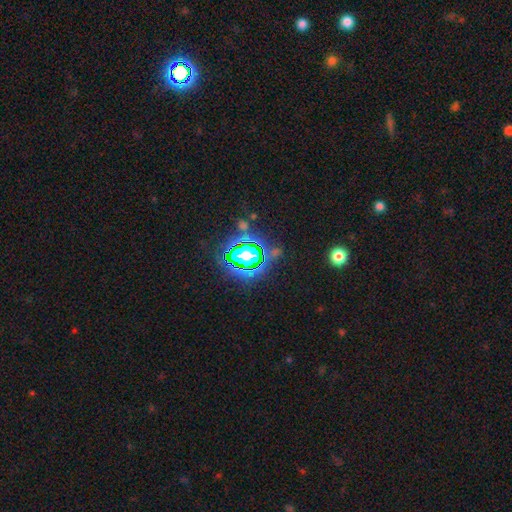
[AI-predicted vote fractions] A star or artifact, not a galaxy (79%).

Vote fractions:
- Smooth or featured? star or artifact: 79% / smooth: 14% / featured or disk: 7%